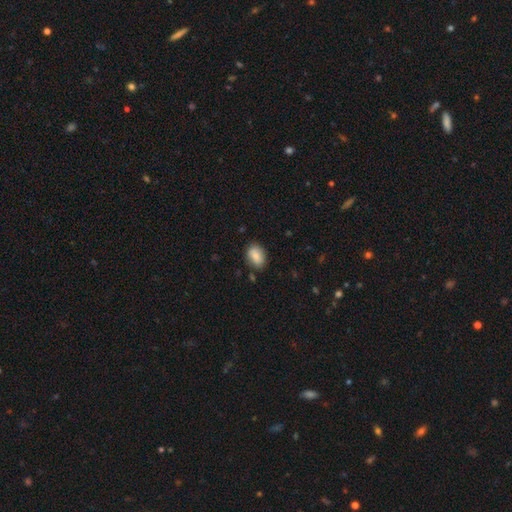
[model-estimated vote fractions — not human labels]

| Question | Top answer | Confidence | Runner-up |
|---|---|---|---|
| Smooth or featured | smooth | 82% | featured or disk (10%) |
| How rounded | in between | 79% | round (19%) |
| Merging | none | 78% | minor disturbance (16%) |